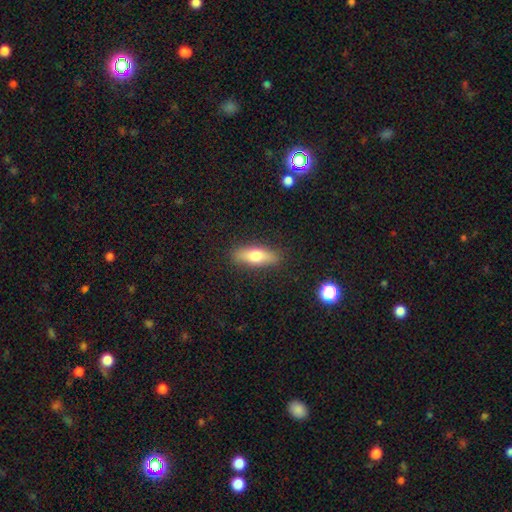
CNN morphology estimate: Smooth or featured? smooth (67%)
How rounded? in between (54%)
Merging? none (87%)